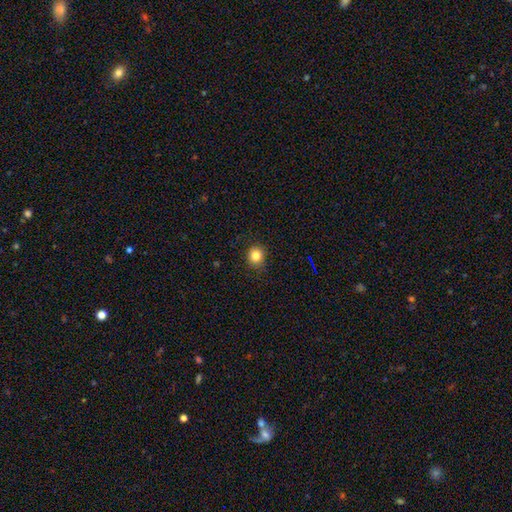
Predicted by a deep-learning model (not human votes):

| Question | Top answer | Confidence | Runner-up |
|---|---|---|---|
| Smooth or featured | smooth | 83% | star or artifact (12%) |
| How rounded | round | 85% | in between (14%) |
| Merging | none | 89% | minor disturbance (8%) |